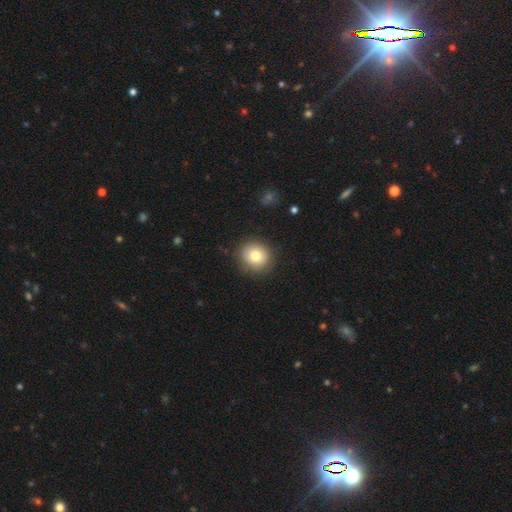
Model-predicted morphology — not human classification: Overall: smooth (77%). How rounded: round (86%). Merging: none (86%).